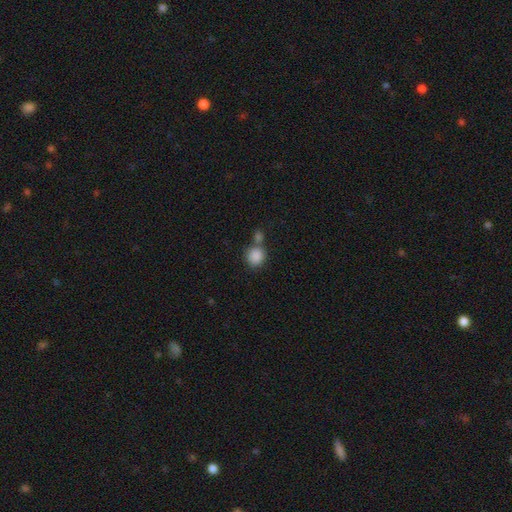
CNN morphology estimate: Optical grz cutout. It shows a smooth galaxy with no disk features (87%) that is round (85%). Merging: none (53%).